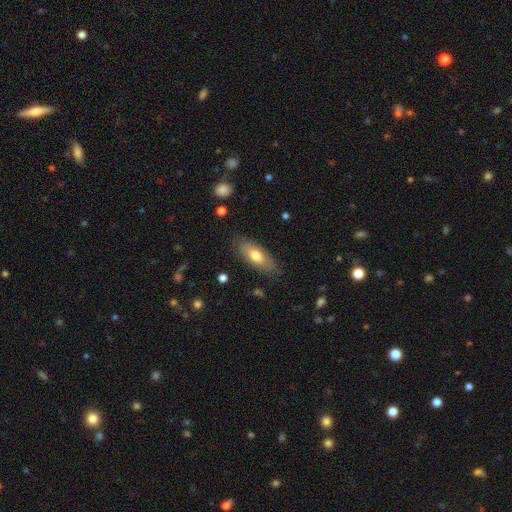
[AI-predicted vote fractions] This is likely a smooth galaxy (70%). How rounded: likely in between (74%). Merging: clearly none (80%).